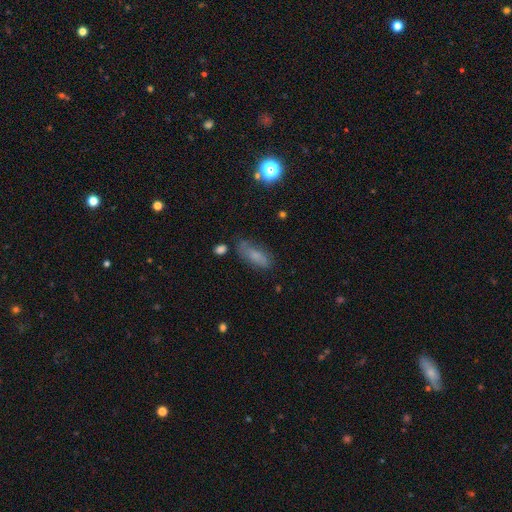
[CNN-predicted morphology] A smooth galaxy with no disk features (70%) that is in between round and cigar-shaped (70%).

Vote fractions:
- Smooth or featured? smooth: 70% / featured or disk: 18% / star or artifact: 12%
- How rounded? in between: 70% / cigar-shaped: 27% / round: 3%
- Merging? none: 66% / minor disturbance: 23% / major disturbance: 8% / merger: 4%